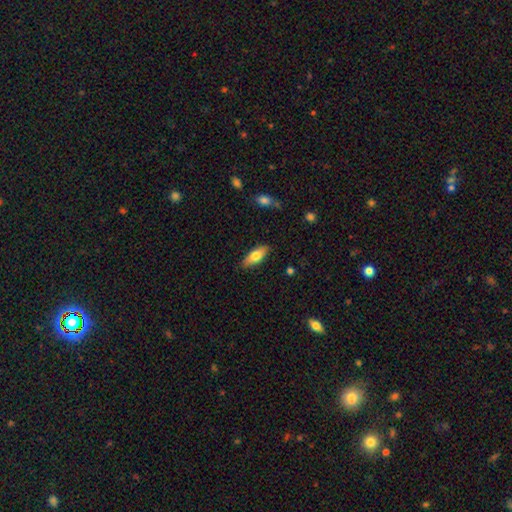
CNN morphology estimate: Q: Smooth or featured?
A: smooth (72%); runner-up: featured or disk (22%)
Q: How rounded?
A: in between (76%); runner-up: cigar-shaped (22%)
Q: Merging?
A: none (85%); runner-up: minor disturbance (11%)